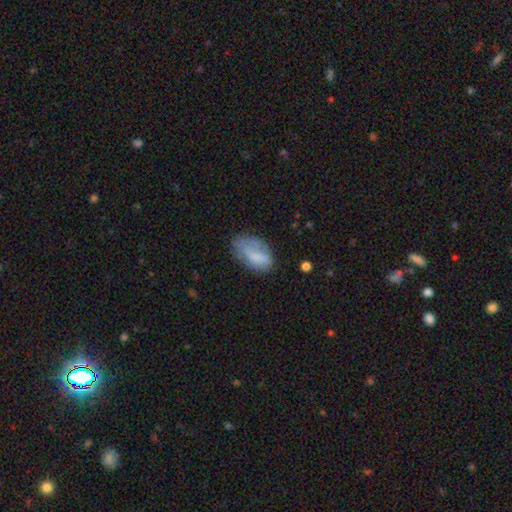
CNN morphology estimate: This is likely a smooth galaxy (71%). How rounded: clearly in between (92%). Merging: possibly none (50%).